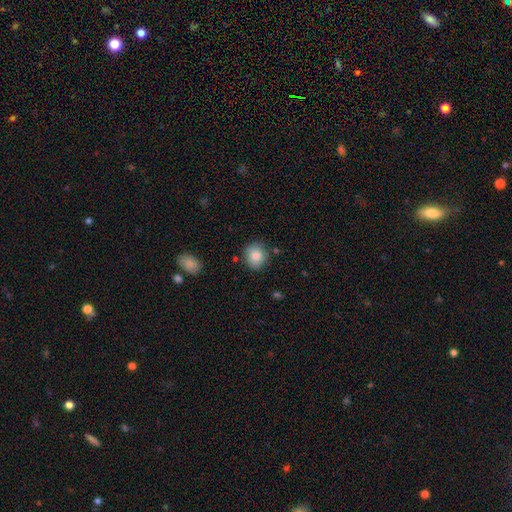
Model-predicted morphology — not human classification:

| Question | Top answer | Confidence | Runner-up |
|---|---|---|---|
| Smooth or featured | smooth | 83% | star or artifact (9%) |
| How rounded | round | 81% | in between (18%) |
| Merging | none | 82% | minor disturbance (12%) |